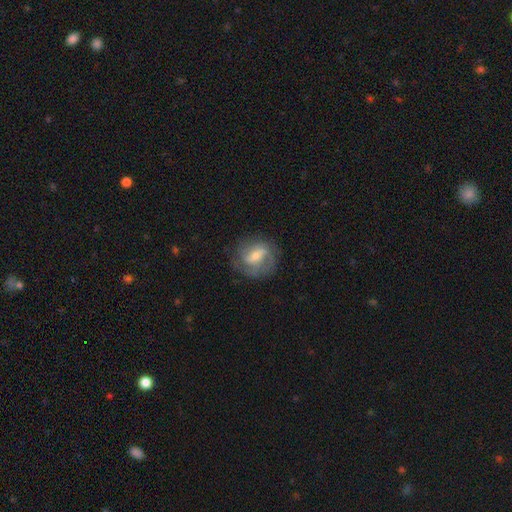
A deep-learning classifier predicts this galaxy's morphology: The model was most divided on "bulge size": small: 47%, moderate: 46%, large: 3%, none: 3%, dominant: 1%. Remaining: edge-on disk — no (97%); spiral arms — yes (88%); smooth or featured — featured or disk (72%); merging — none (71%); spiral arm count — 2 (57%); bar — weak (52%); spiral winding — medium (44%).